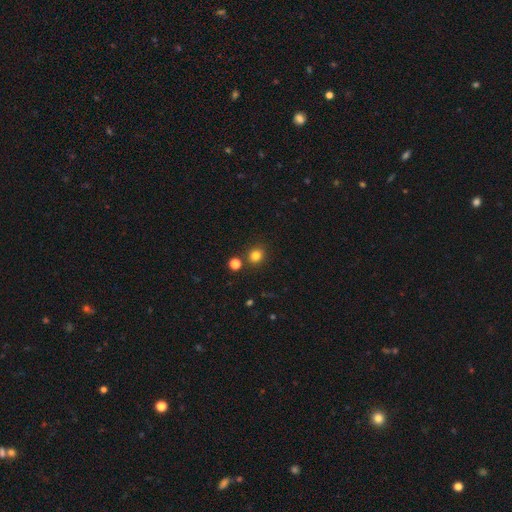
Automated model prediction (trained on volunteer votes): Q: Smooth or featured?
A: smooth (80%); runner-up: star or artifact (14%)
Q: How rounded?
A: round (82%); runner-up: in between (17%)
Q: Merging?
A: none (81%); runner-up: minor disturbance (8%)